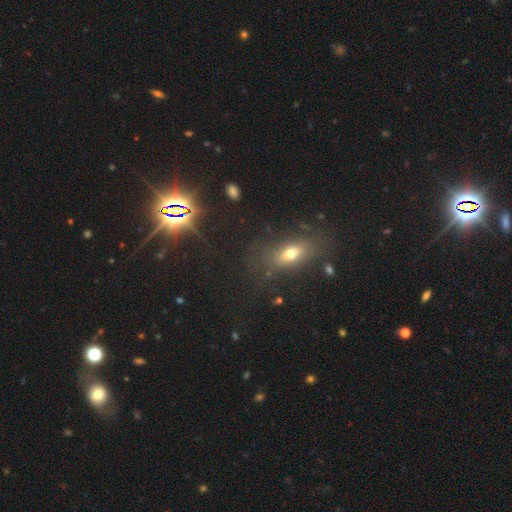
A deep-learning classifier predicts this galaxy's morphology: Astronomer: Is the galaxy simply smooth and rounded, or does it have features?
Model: smooth — 44% (runner-up: star or artifact, 39%).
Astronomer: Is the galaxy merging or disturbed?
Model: none — 81%.